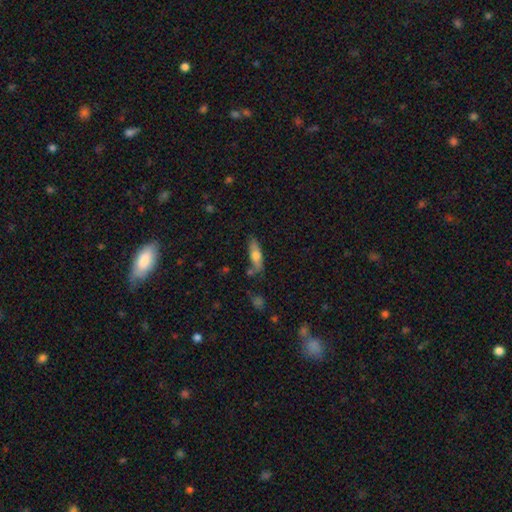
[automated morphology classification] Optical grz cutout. It shows a smooth galaxy with no disk features (64%) that is in between round and cigar-shaped (50%). Merging: none (70%).